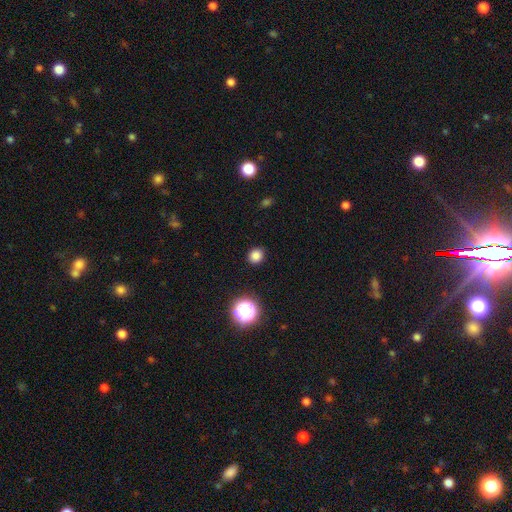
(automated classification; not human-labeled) Overall: smooth (82%). How rounded: round (84%). Merging: none (91%).